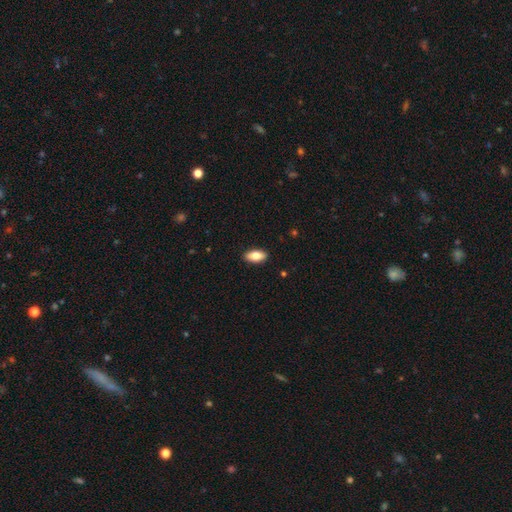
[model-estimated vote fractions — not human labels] Morphology: type=smooth (83%); roundness=in between (90%); merging=none (90%).